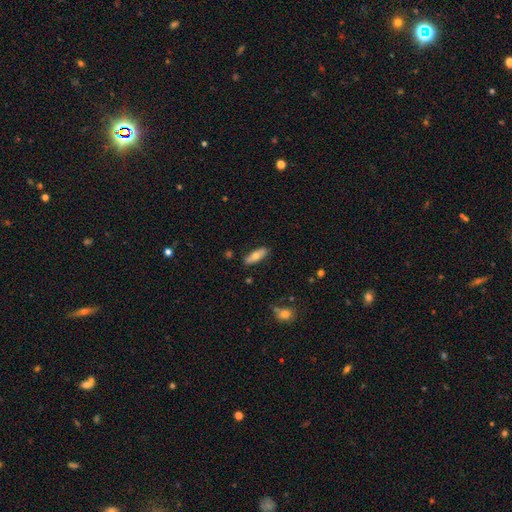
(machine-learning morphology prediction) smooth 64%, featured or disk 30%, star or artifact 6%. Down the decision tree: how rounded — in between (61%); merging — none (83%).